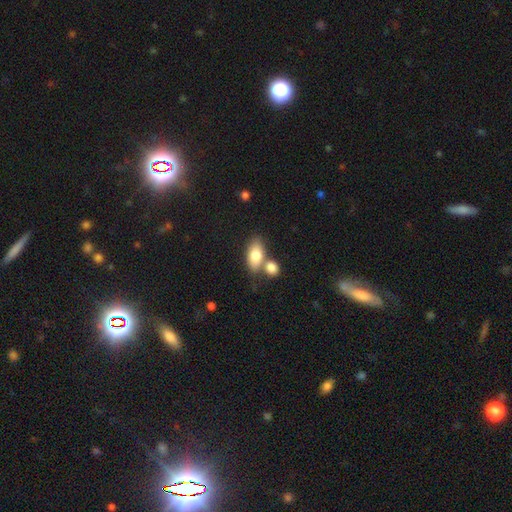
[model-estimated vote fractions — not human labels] Morphology: type=smooth (78%); roundness=in between (88%); merging=none (49%).